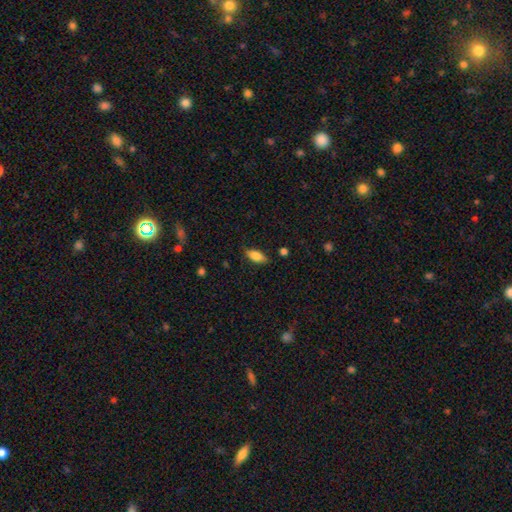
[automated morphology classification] Q: Smooth or featured?
A: smooth (82%); runner-up: featured or disk (11%)
Q: How rounded?
A: in between (84%); runner-up: cigar-shaped (13%)
Q: Merging?
A: none (83%); runner-up: minor disturbance (13%)